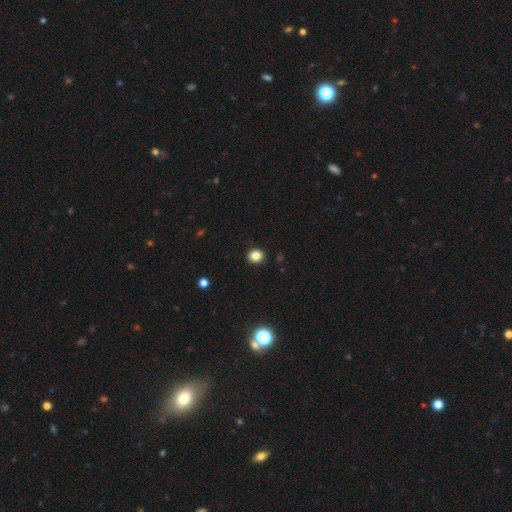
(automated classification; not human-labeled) Smooth or featured?
  - smooth: 84% *
  - star or artifact: 11%
  - featured or disk: 5%
How rounded?
  - round: 78% *
  - in between: 21%
  - cigar-shaped: 1%
Merging?
  - none: 91% *
  - minor disturbance: 6%
  - major disturbance: 2%
  - merger: 1%